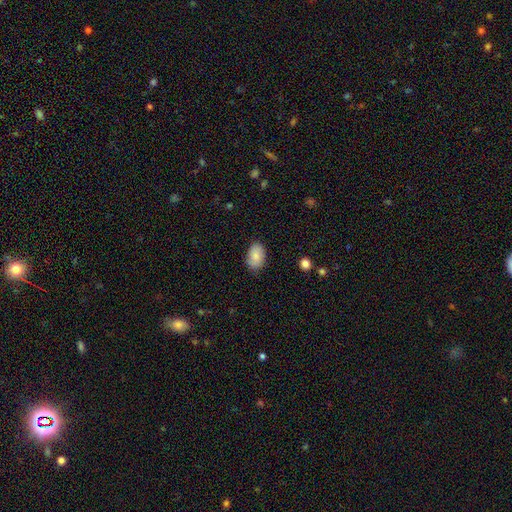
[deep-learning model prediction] Smooth or featured: smooth — 84% (featured or disk — 9%)
How rounded: in between — 88% (round — 11%)
Merging: none — 83% (minor disturbance — 14%)